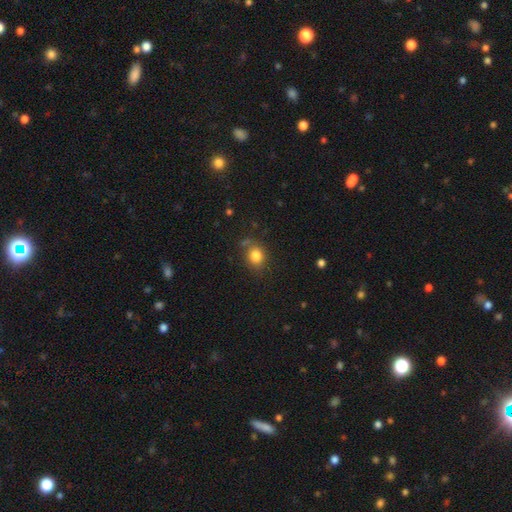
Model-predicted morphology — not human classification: Smooth or featured: smooth — 82% (star or artifact — 11%)
How rounded: round — 59% (in between — 40%)
Merging: none — 71% (minor disturbance — 18%)